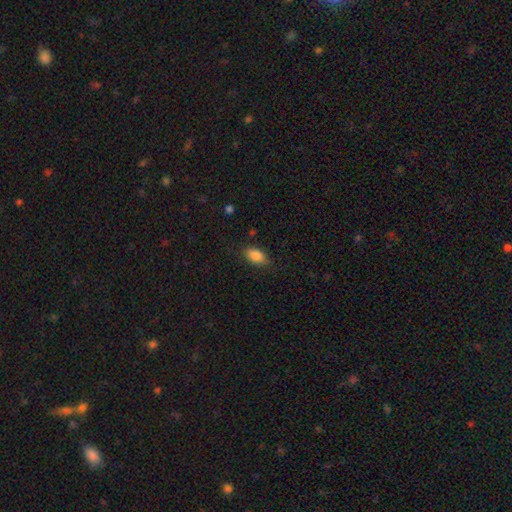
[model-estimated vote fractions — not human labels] Smooth or featured?
  - smooth: 86% *
  - star or artifact: 8%
  - featured or disk: 6%
How rounded?
  - in between: 89% *
  - round: 6%
  - cigar-shaped: 5%
Merging?
  - none: 81% *
  - minor disturbance: 14%
  - major disturbance: 3%
  - merger: 1%